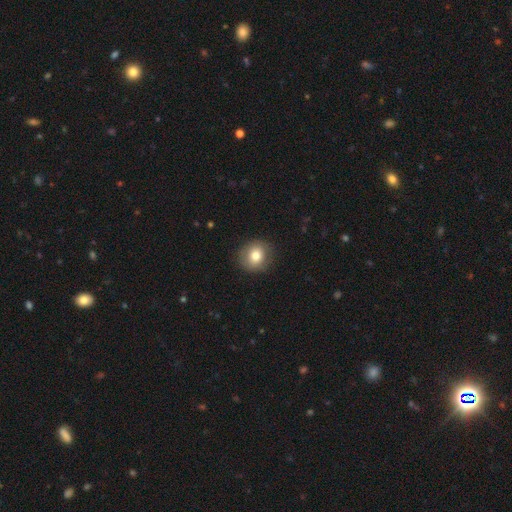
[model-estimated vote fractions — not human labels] smooth_or_featured: smooth (p=0.78) [alt: featured or disk p=0.13]
how_rounded: round (p=0.87) [alt: in between p=0.12]
merging: none (p=0.87) [alt: minor disturbance p=0.09]